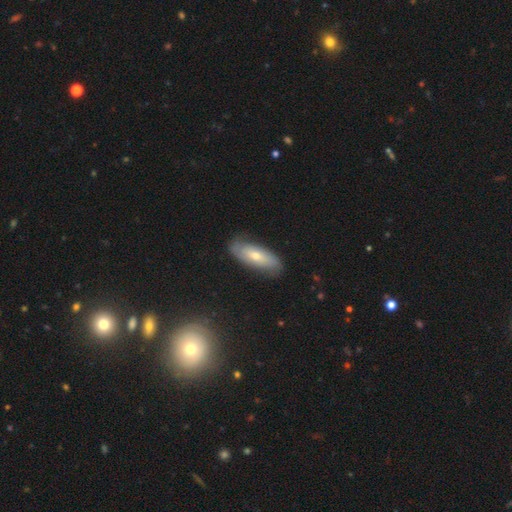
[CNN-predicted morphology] The model was most divided on "smooth or featured": smooth: 50%, featured or disk: 43%, star or artifact: 7%. More confident: merging — none (76%); how rounded — in between (74%).